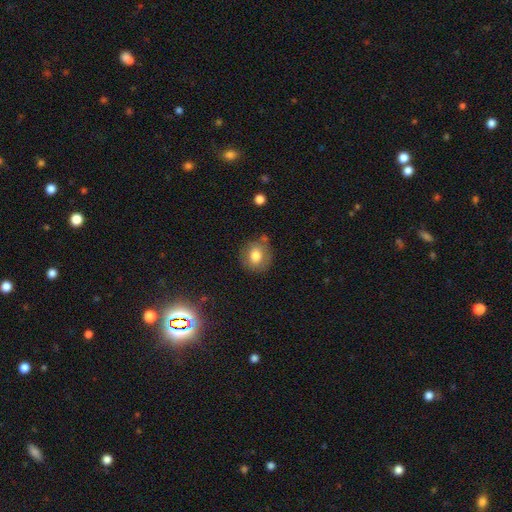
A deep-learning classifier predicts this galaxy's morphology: This appears to be a smooth galaxy with no disk features (77%) that is round (82%). Merging: none (77%).